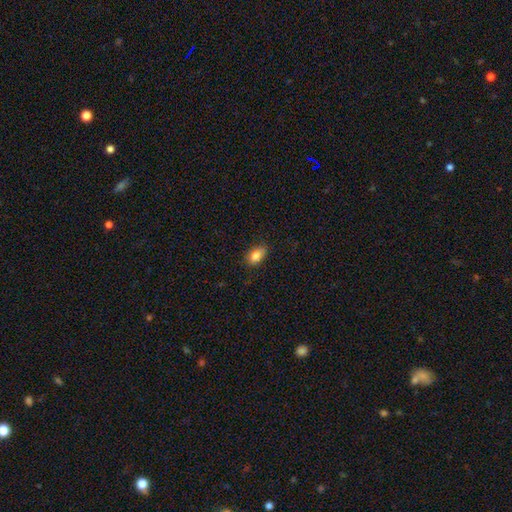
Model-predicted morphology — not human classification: Q: Smooth or featured?
A: smooth (84%); runner-up: star or artifact (8%)
Q: How rounded?
A: in between (88%); runner-up: round (10%)
Q: Merging?
A: none (83%); runner-up: minor disturbance (13%)